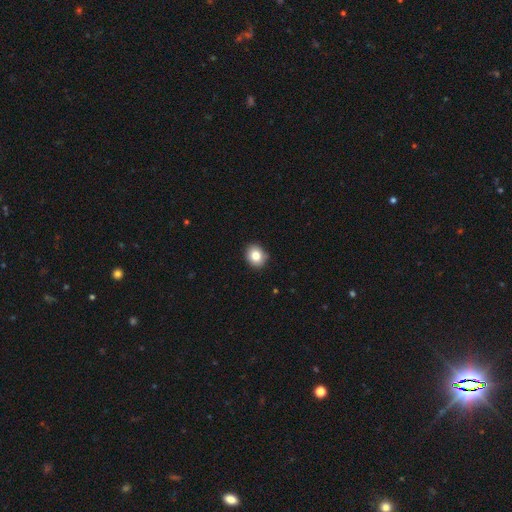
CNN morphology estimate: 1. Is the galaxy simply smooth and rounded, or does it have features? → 84% smooth, 9% star or artifact, 7% featured or disk.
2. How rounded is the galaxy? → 65% round, 34% in between, 1% cigar-shaped.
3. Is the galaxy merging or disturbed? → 88% none, 9% minor disturbance, 2% major disturbance, 1% merger.